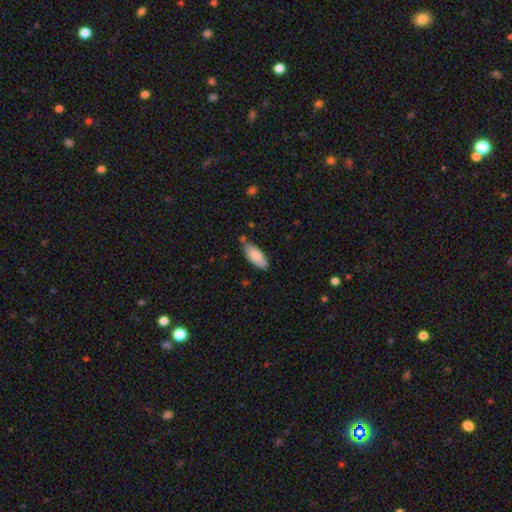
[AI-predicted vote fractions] Smooth or featured: smooth — 83% (featured or disk — 11%)
How rounded: in between — 85% (cigar-shaped — 14%)
Merging: none — 73% (minor disturbance — 19%)